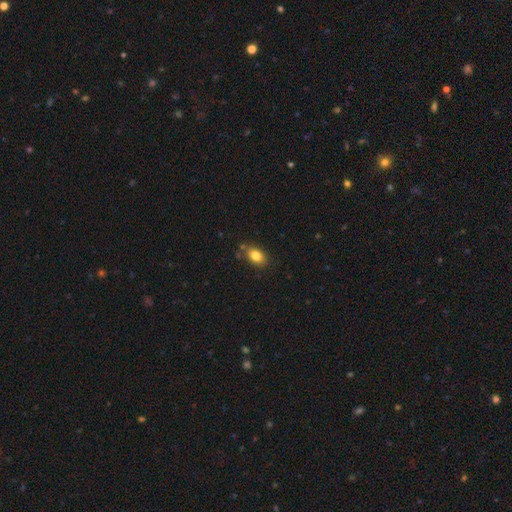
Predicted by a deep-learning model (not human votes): Morphology: type=smooth (83%); roundness=in between (81%); merging=none (76%).